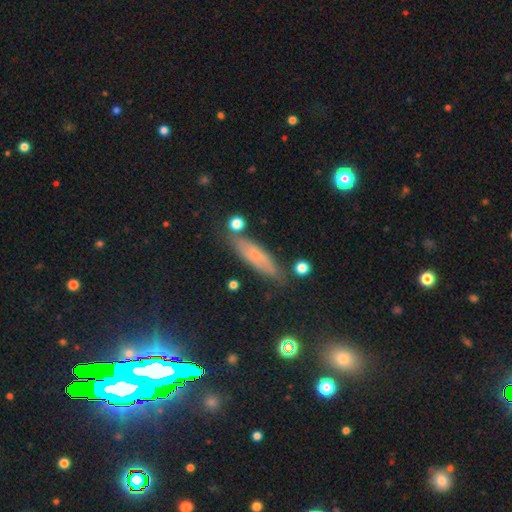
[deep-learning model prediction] Smooth or featured? Predicted: smooth (p=0.64). How rounded? Predicted: cigar-shaped (p=0.70). Merging? Predicted: none (p=0.77).